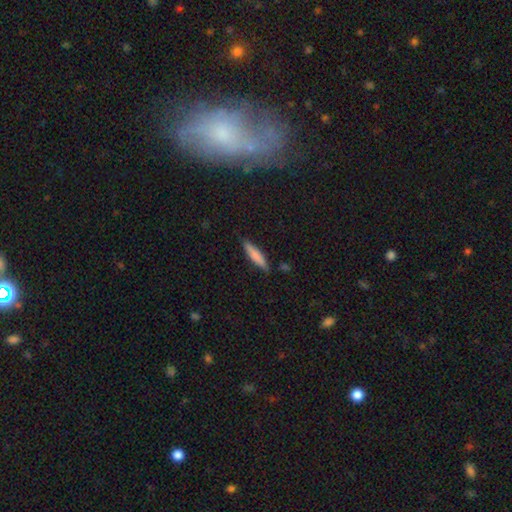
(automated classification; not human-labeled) smooth_or_featured: smooth (p=0.76) [alt: featured or disk p=0.18]
how_rounded: cigar-shaped (p=0.81) [alt: in between p=0.17]
merging: none (p=0.84) [alt: minor disturbance p=0.12]